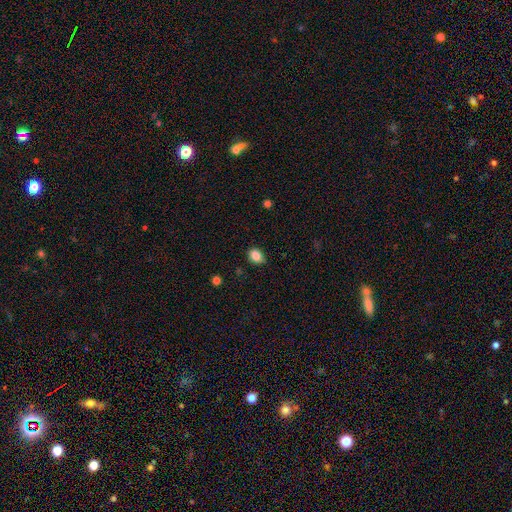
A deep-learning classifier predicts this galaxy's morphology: A smooth galaxy with no disk features (86%) that is in between round and cigar-shaped (67%).

Vote fractions:
- Smooth or featured? smooth: 86% / star or artifact: 9% / featured or disk: 4%
- How rounded? in between: 67% / round: 32% / cigar-shaped: 1%
- Merging? none: 82% / minor disturbance: 15% / major disturbance: 3% / merger: 1%